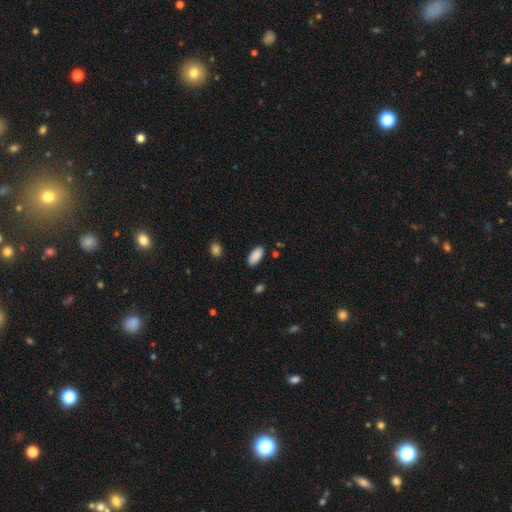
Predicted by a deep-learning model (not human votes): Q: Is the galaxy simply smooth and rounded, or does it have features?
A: smooth — 89%.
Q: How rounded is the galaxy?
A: in between — 91%.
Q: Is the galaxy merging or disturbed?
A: none — 86%.